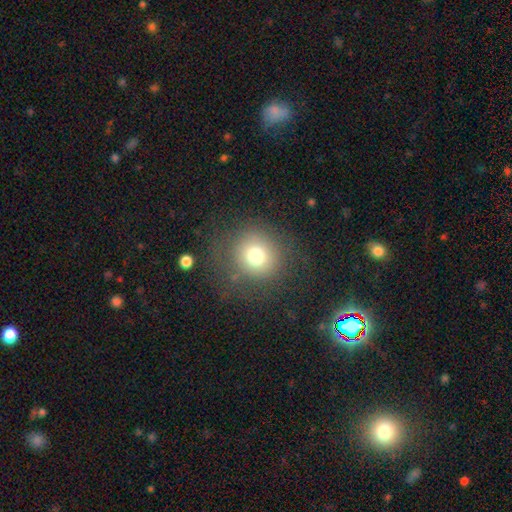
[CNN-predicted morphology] smooth 74%, star or artifact 14%, featured or disk 12%. Down the decision tree: how rounded — round (90%); merging — none (78%).